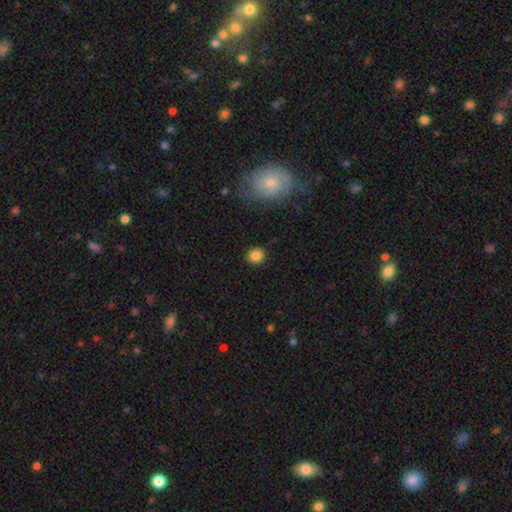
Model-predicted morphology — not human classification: smooth_or_featured: smooth (p=0.85) [alt: star or artifact p=0.10]
how_rounded: round (p=0.86) [alt: in between p=0.13]
merging: none (p=0.89) [alt: minor disturbance p=0.07]